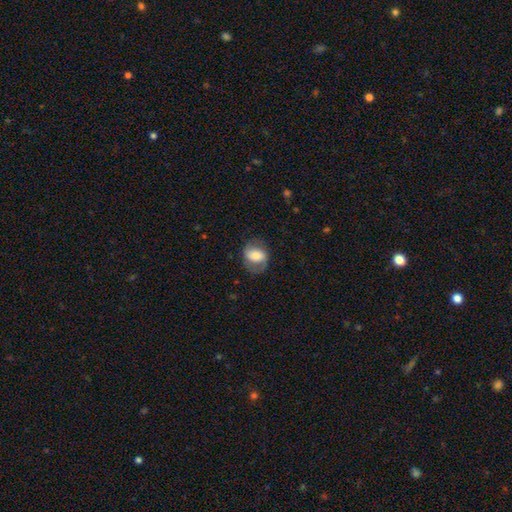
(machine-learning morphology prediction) Smooth or featured: smooth — 55% (featured or disk — 37%)
How rounded: in between — 59% (round — 39%)
Merging: none — 67% (minor disturbance — 20%)